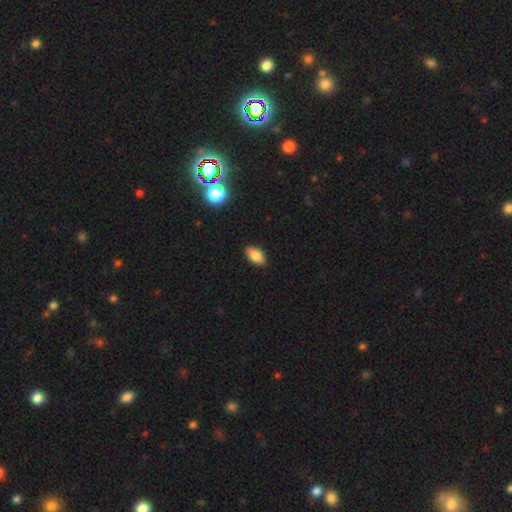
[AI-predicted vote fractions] Smooth or featured? Predicted: smooth (p=0.84). How rounded? Predicted: in between (p=0.91). Merging? Predicted: none (p=0.88).